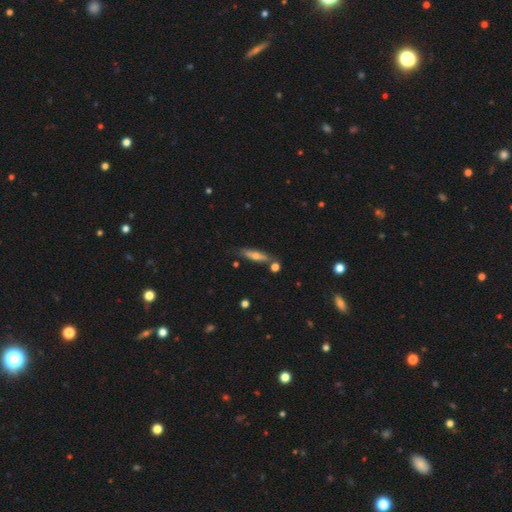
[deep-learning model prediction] smooth_or_featured: featured or disk (p=0.48) [alt: smooth p=0.44]
merging: none (p=0.75) [alt: minor disturbance p=0.14]